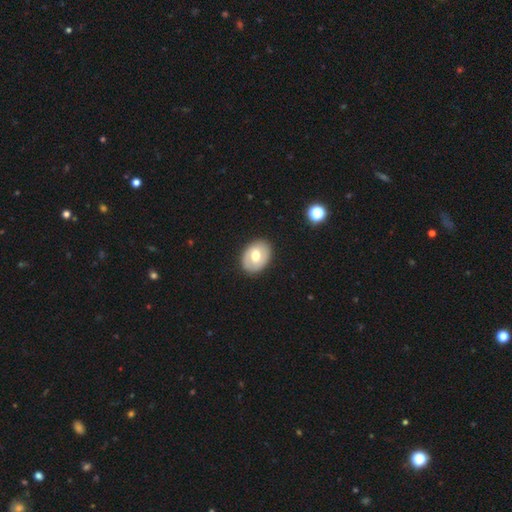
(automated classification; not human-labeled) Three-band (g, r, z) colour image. It shows a smooth galaxy with no disk features (56%) that is in between round and cigar-shaped (68%). Merging: none (87%).